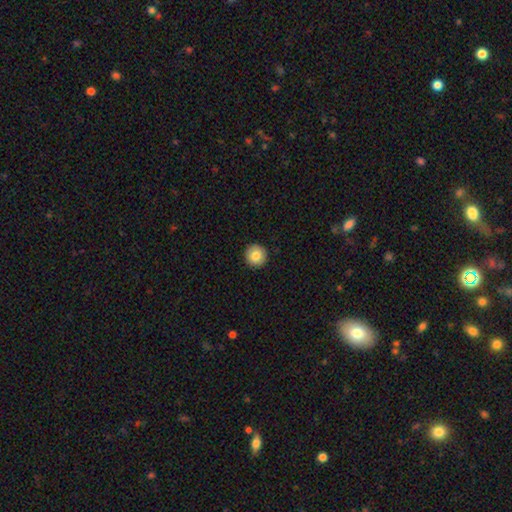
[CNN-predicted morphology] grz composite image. It shows a smooth galaxy with no disk features (83%) that is round (95%). Merging: none (92%).